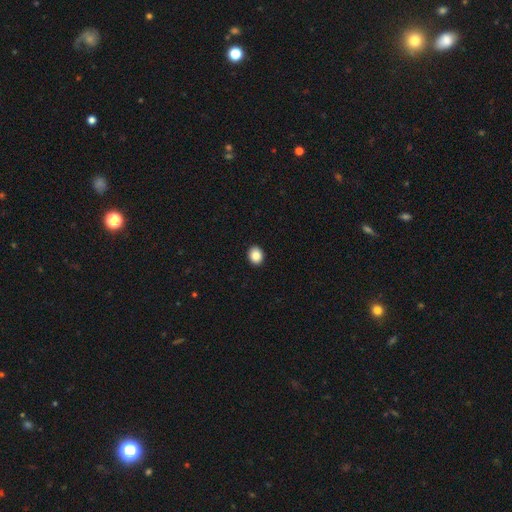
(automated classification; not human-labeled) smooth 87%, star or artifact 9%, featured or disk 4%. Down the decision tree: how rounded — round (52%); merging — none (92%).